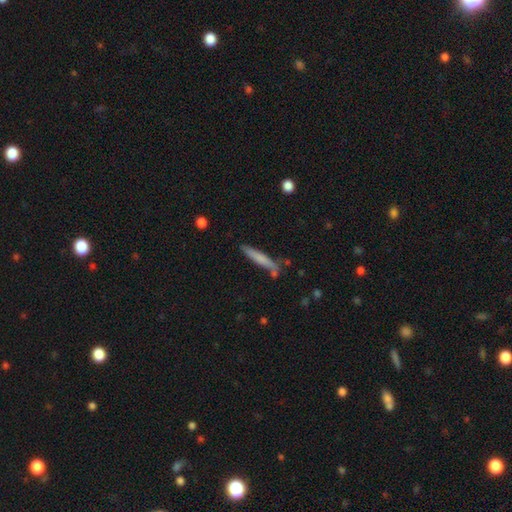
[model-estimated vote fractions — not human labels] Smooth or featured?
  - smooth: 62% *
  - featured or disk: 30%
  - star or artifact: 8%
How rounded?
  - cigar-shaped: 93% *
  - in between: 6%
  - round: 2%
Merging?
  - none: 75% *
  - minor disturbance: 16%
  - merger: 5%
  - major disturbance: 4%